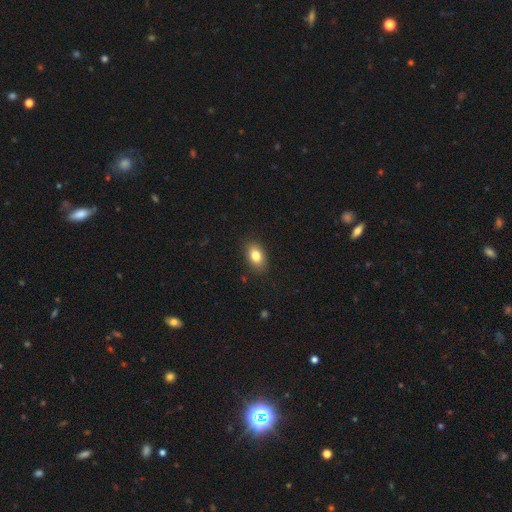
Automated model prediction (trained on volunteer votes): Q: Smooth or featured?
A: smooth (82%); runner-up: featured or disk (9%)
Q: How rounded?
A: in between (85%); runner-up: round (13%)
Q: Merging?
A: none (86%); runner-up: minor disturbance (10%)